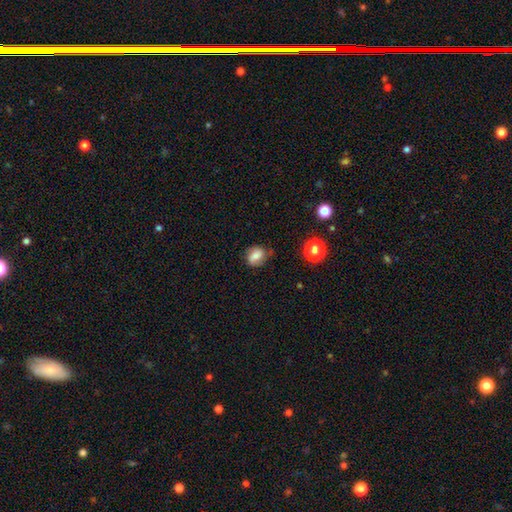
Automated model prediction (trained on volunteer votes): This appears to be a smooth galaxy with no disk features (69%) that is in between round and cigar-shaped (56%). Merging: none (61%).